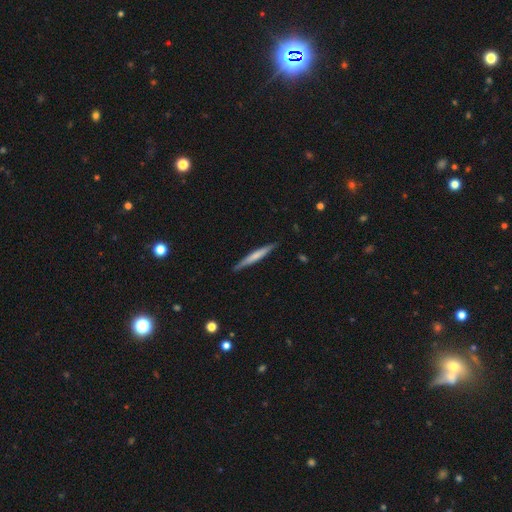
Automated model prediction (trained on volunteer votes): Morphology: type=smooth (55%); roundness=cigar-shaped (96%); merging=none (87%).